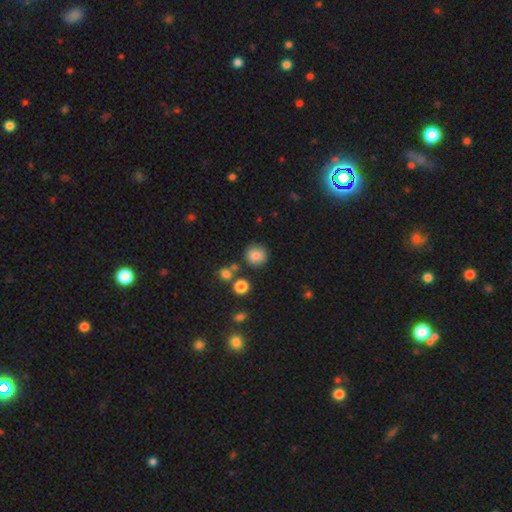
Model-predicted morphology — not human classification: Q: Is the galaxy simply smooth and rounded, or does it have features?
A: smooth — 82%.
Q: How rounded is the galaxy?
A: round — 85%.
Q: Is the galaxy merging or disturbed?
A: none — 77%.